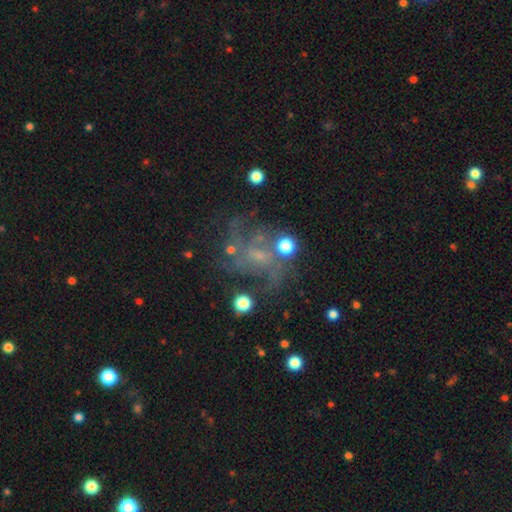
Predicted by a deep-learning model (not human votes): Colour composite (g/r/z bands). It shows a featured or disk galaxy (65%) with no bar (60%), spiral arms (78%) and a small central bulge (49%). Merging: none (53%).